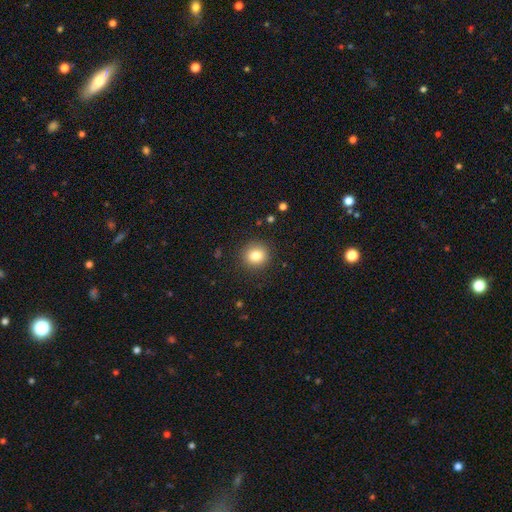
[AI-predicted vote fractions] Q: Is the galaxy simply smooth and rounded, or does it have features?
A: smooth — 83%.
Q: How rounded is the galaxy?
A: round — 86%.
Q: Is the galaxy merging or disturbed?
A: none — 89%.